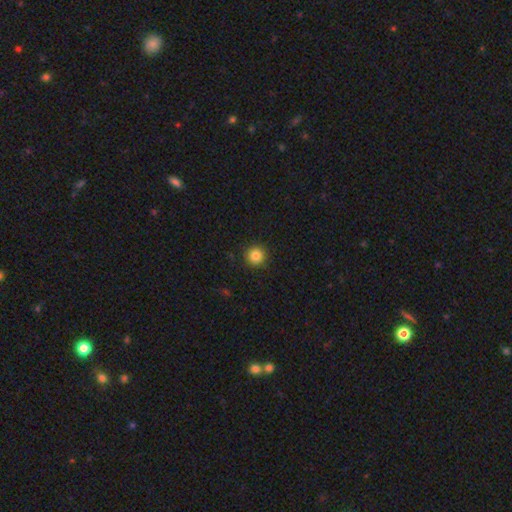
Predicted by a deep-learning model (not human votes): smooth 85%, star or artifact 11%, featured or disk 5%. Down the decision tree: how rounded — round (95%); merging — none (91%).